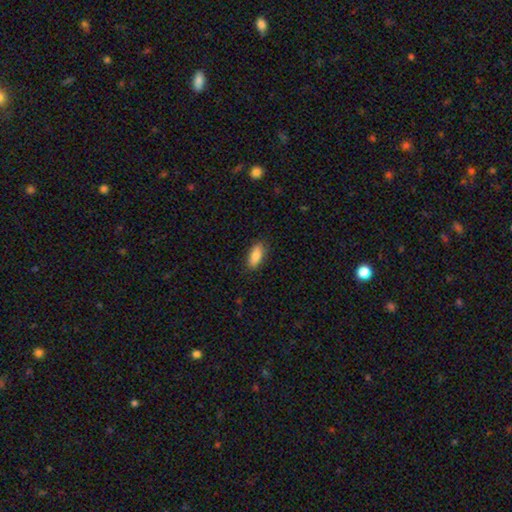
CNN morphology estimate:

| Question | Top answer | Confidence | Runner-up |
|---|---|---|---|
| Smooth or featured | smooth | 82% | featured or disk (11%) |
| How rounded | in between | 82% | cigar-shaped (15%) |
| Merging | none | 85% | minor disturbance (11%) |